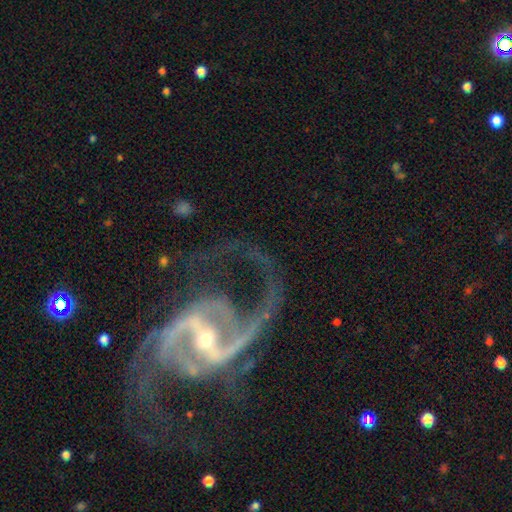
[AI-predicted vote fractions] Smooth or featured?
  - featured or disk: 93% *
  - star or artifact: 5%
  - smooth: 2%
Edge-on disk?
  - no: 98% *
  - yes: 2%
Bar?
  - strong: 51% *
  - weak: 34%
  - no: 15%
Spiral arms?
  - yes: 98% *
  - no: 2%
Spiral winding?
  - medium: 49% *
  - loose: 39%
  - tight: 12%
Spiral arm count?
  - 2: 91% *
  - 3: 2%
  - can't tell: 2%
  - 1: 2%
  - 4: 2%
  - more than 4: 2%
Bulge size?
  - small: 63% *
  - moderate: 33%
  - large: 2%
  - none: 1%
  - dominant: 1%
Merging?
  - none: 64% *
  - major disturbance: 17%
  - minor disturbance: 16%
  - merger: 4%